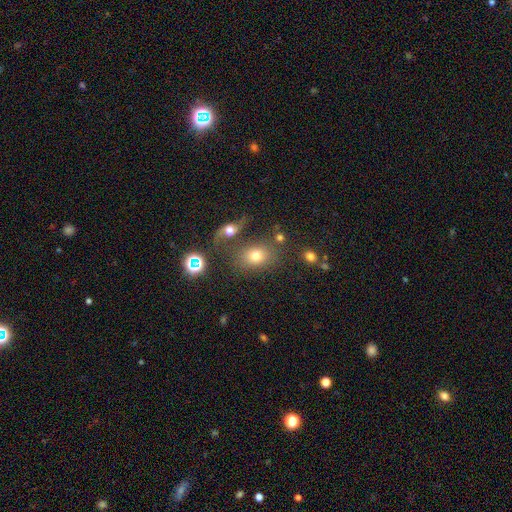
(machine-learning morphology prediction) Smooth or featured? smooth (68%)
How rounded? in between (57%)
Merging? none (65%)